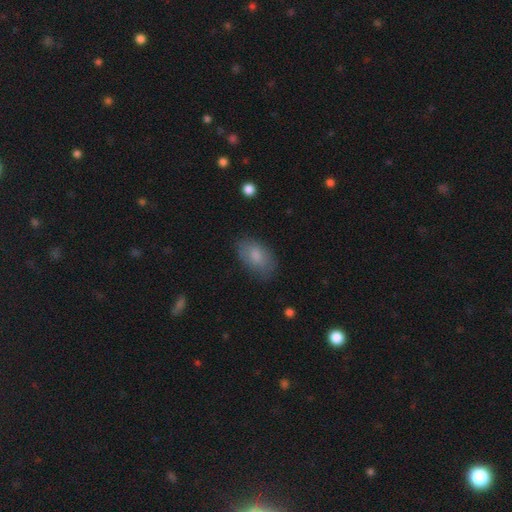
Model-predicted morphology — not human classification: This is likely a smooth galaxy (79%). How rounded: clearly in between (92%). Merging: likely none (76%).